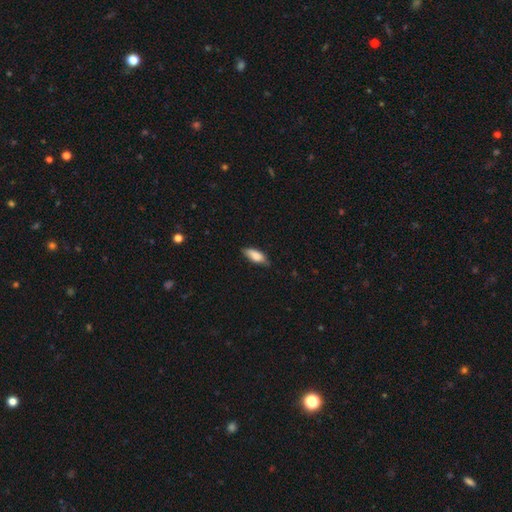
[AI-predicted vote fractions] smooth_or_featured: smooth (p=0.82) [alt: featured or disk p=0.11]
how_rounded: in between (p=0.77) [alt: cigar-shaped p=0.21]
merging: none (p=0.67) [alt: minor disturbance p=0.28]